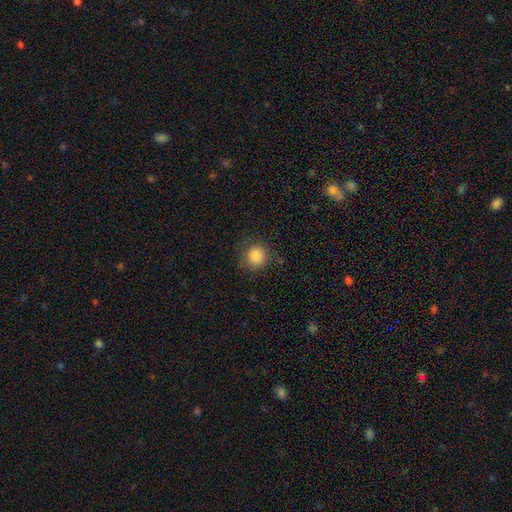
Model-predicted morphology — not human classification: This is clearly a smooth galaxy (84%). How rounded: clearly round (92%). Merging: clearly none (85%).